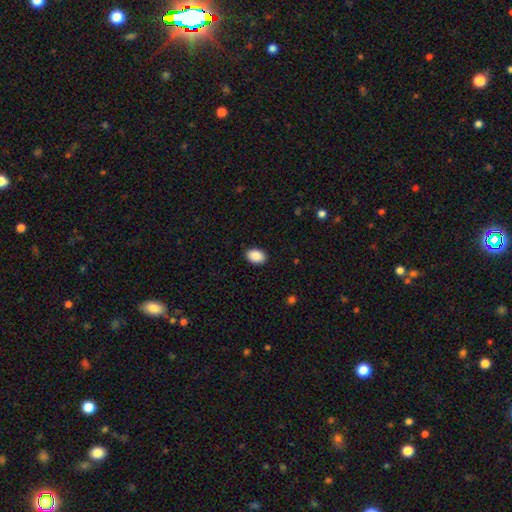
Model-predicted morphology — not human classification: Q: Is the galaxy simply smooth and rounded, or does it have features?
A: smooth — 90%.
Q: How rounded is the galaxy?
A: in between — 81%.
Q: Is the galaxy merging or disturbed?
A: none — 90%.